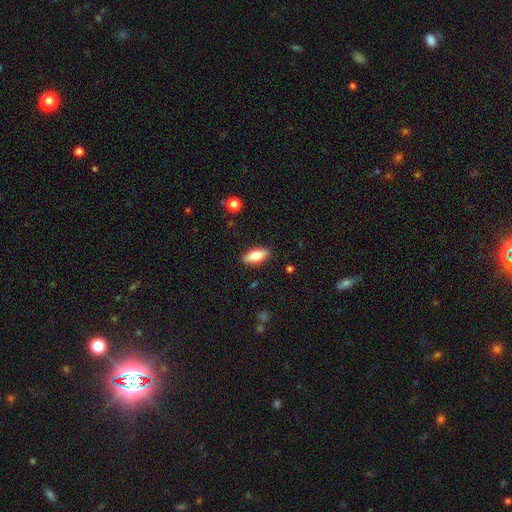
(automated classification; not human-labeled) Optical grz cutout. It shows a smooth galaxy with no disk features (77%) that is in between round and cigar-shaped (80%). Merging: none (88%).